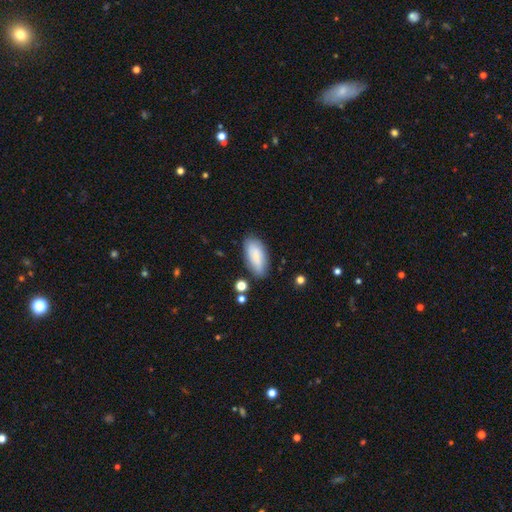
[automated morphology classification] smooth-or-featured: smooth: 80% | featured or disk: 13% | star or artifact: 7%
  how-rounded: in between: 89% | cigar-shaped: 9% | round: 2%
  merging: none: 75% | minor disturbance: 18% | major disturbance: 4% | merger: 3%